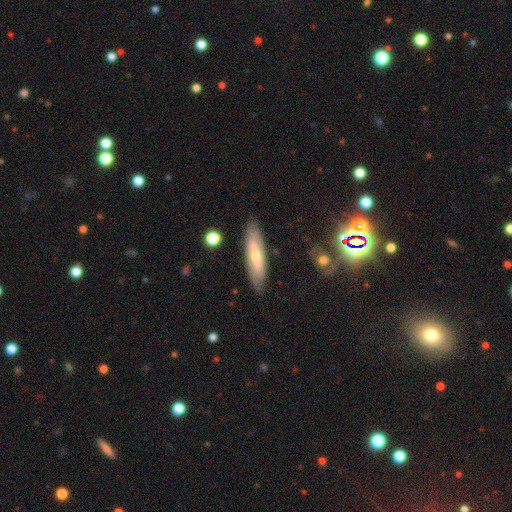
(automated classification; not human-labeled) Overall: smooth (50%; featured or disk 44%). Merging: none (86%).